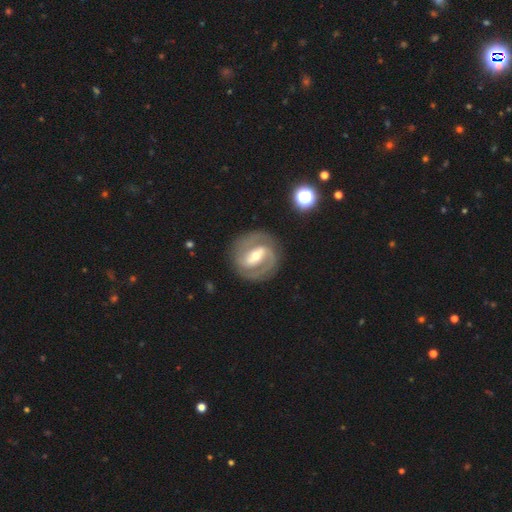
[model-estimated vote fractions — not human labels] smooth_or_featured: featured or disk (p=0.87) [alt: smooth p=0.08]
disk_edge_on: no (p=0.97) [alt: yes p=0.03]
bar: strong (p=0.59) [alt: weak p=0.31]
has_spiral_arms: yes (p=0.93) [alt: no p=0.07]
spiral_winding: tight (p=0.49) [alt: medium p=0.42]
spiral_arm_count: 2 (p=0.89) [alt: can't tell p=0.04]
bulge_size: moderate (p=0.59) [alt: small p=0.36]
merging: none (p=0.85) [alt: minor disturbance p=0.10]